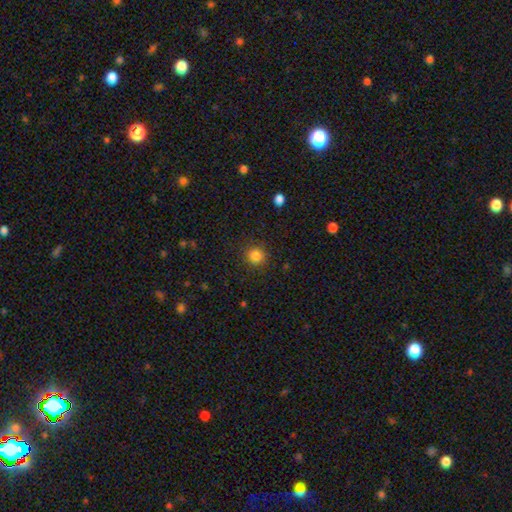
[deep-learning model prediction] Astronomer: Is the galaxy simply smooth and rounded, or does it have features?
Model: smooth — 83%.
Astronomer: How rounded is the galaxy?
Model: round — 91%.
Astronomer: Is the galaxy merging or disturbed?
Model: none — 89%.